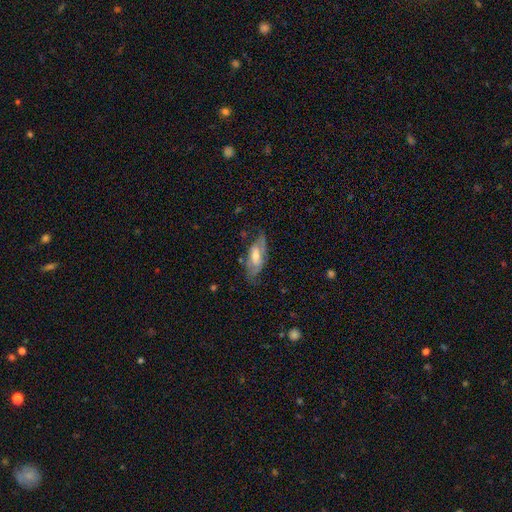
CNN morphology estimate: Smooth or featured?
  - featured or disk: 62% *
  - smooth: 32%
  - star or artifact: 6%
Edge-on disk?
  - no: 80% *
  - yes: 20%
Merging?
  - none: 68% *
  - minor disturbance: 22%
  - major disturbance: 8%
  - merger: 2%